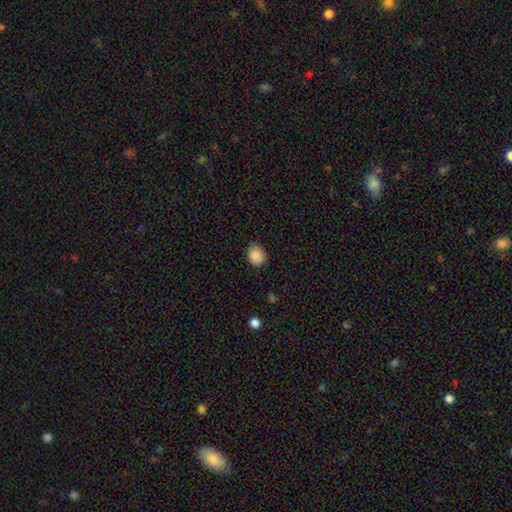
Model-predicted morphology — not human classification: Smooth or featured: smooth — 88% (star or artifact — 9%)
How rounded: round — 72% (in between — 27%)
Merging: none — 74% (minor disturbance — 21%)